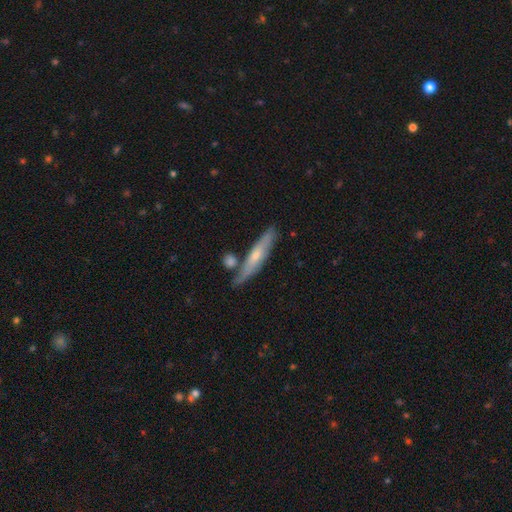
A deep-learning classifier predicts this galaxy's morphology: Smooth or featured? Predicted: featured or disk (p=0.51). Edge-on disk? Predicted: yes (p=0.79). Merging? Predicted: none (p=0.70).